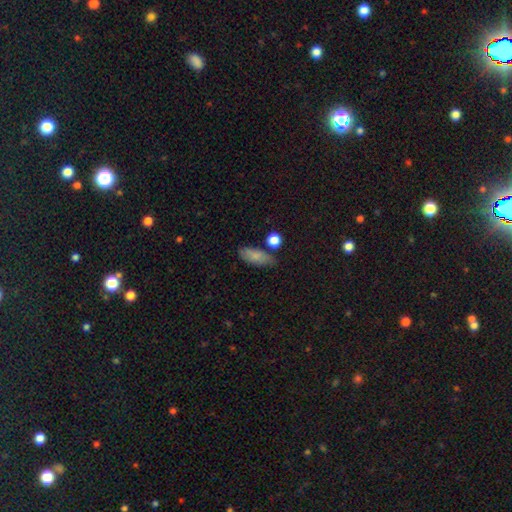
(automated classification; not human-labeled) Smooth or featured?
  - smooth: 80% *
  - featured or disk: 12%
  - star or artifact: 8%
How rounded?
  - in between: 77% *
  - cigar-shaped: 18%
  - round: 5%
Merging?
  - none: 69% *
  - minor disturbance: 19%
  - merger: 8%
  - major disturbance: 5%